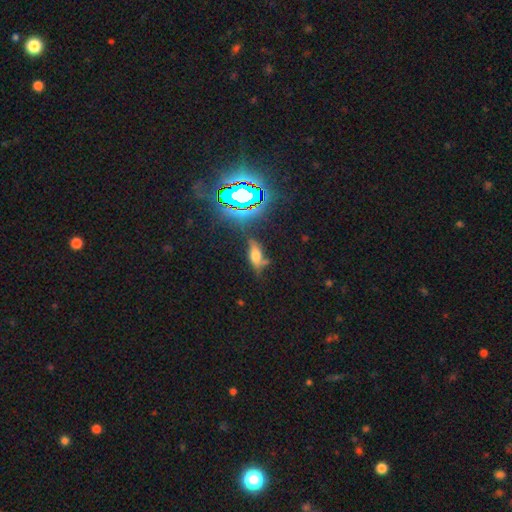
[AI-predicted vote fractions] smooth 47%, featured or disk 27%, star or artifact 26%. Down the decision tree: merging — none (58%).